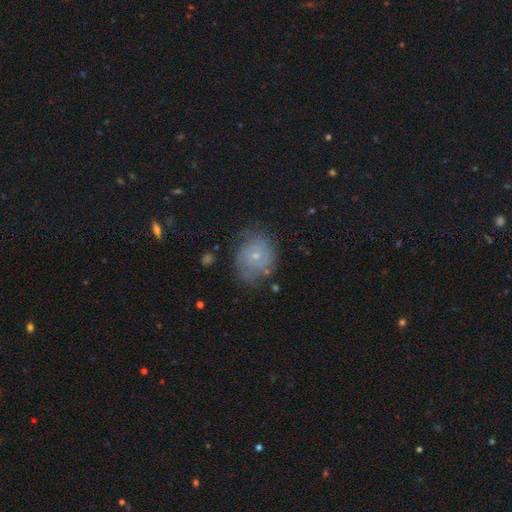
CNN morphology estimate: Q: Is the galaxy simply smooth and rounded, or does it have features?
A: featured or disk — 52%.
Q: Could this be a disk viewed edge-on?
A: no — 97%.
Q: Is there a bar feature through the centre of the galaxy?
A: no — 75%.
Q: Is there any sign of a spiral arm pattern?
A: yes — 74%.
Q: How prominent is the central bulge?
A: small — 73%.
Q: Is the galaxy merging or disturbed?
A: none — 66%.